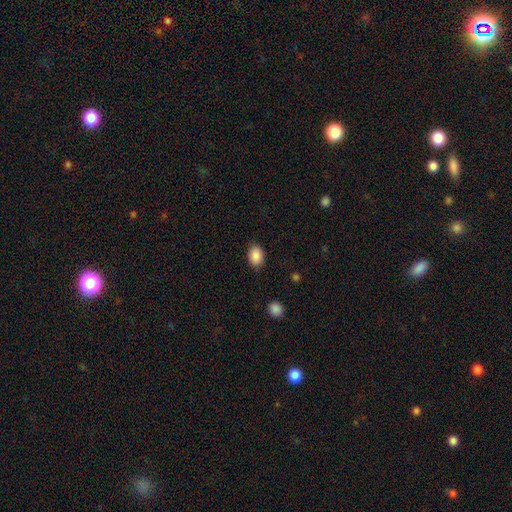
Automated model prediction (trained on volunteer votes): Q: Smooth or featured?
A: smooth (89%); runner-up: star or artifact (8%)
Q: How rounded?
A: in between (76%); runner-up: round (23%)
Q: Merging?
A: none (85%); runner-up: minor disturbance (11%)